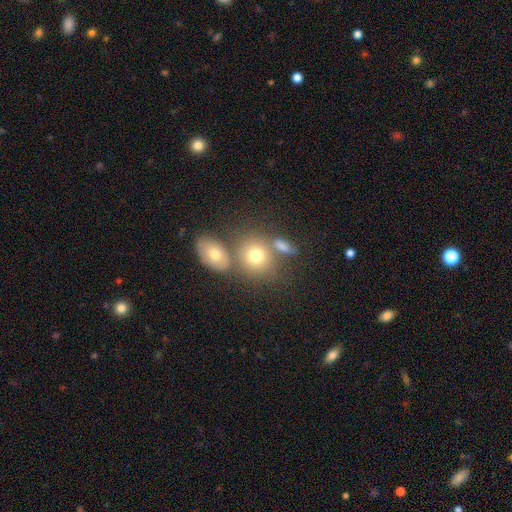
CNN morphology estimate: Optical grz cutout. It shows a smooth galaxy with no disk features (74%) that is round (65%). Merging: none (54%).